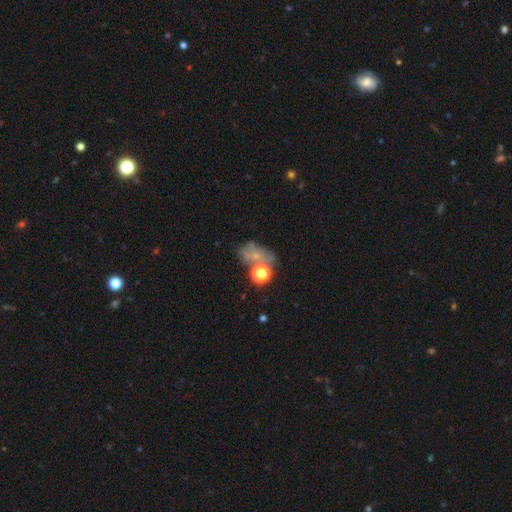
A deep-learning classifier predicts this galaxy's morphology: This appears to be a smooth galaxy with no disk features (51%) that is in between round and cigar-shaped (56%). Merging: none (40%).